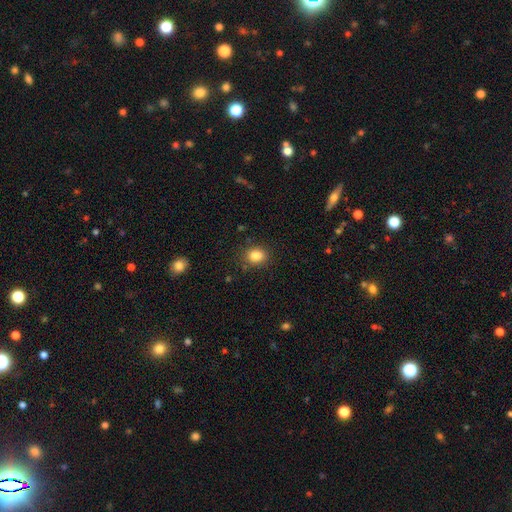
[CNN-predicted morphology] This appears to be a smooth galaxy with no disk features (85%) that is round (52%). Merging: none (83%).